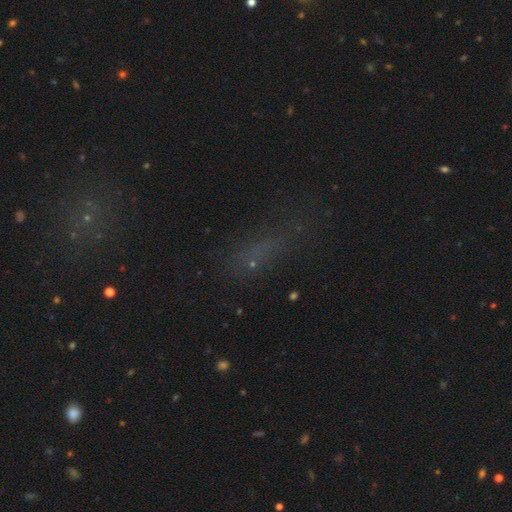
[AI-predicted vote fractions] The model was most divided on "smooth or featured": star or artifact: 44%, smooth: 40%, featured or disk: 16%.